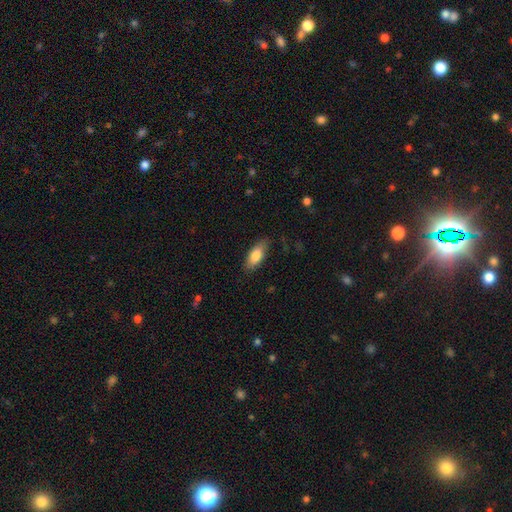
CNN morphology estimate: smooth_or_featured: smooth (p=0.81) [alt: featured or disk p=0.13]
how_rounded: in between (p=0.80) [alt: cigar-shaped p=0.17]
merging: none (p=0.82) [alt: minor disturbance p=0.14]